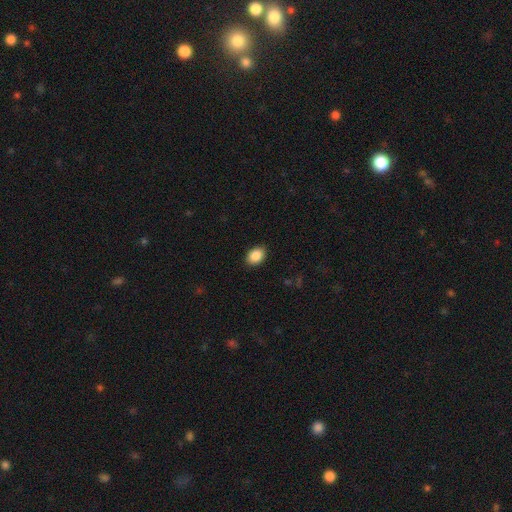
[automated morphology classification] type=smooth (88%); roundness=in between (75%); merging=none (88%).